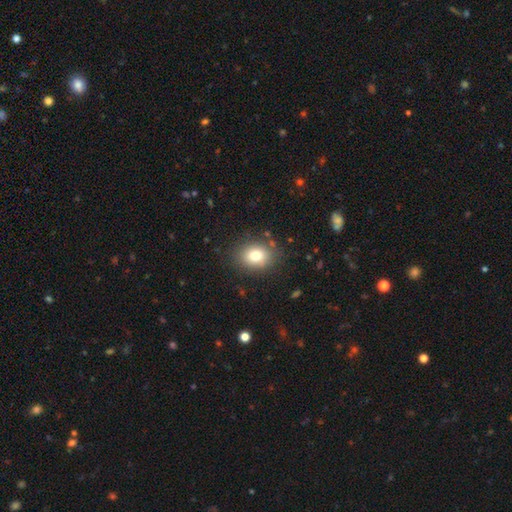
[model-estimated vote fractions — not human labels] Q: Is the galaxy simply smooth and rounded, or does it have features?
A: smooth — 79%.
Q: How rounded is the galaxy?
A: in between — 52%.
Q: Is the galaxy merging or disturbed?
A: none — 84%.